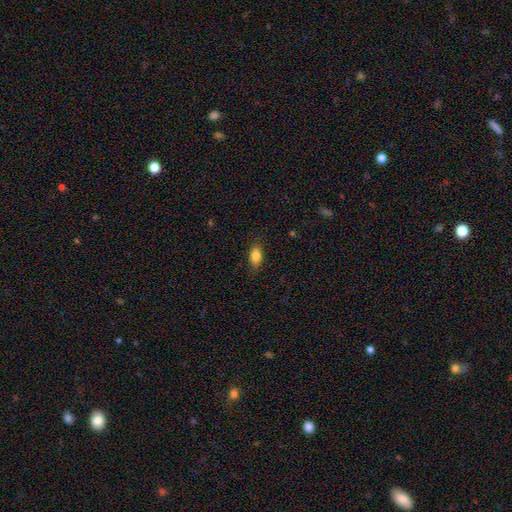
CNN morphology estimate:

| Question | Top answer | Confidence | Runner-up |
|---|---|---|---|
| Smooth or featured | smooth | 82% | featured or disk (10%) |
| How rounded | in between | 85% | cigar-shaped (9%) |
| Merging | none | 81% | minor disturbance (15%) |